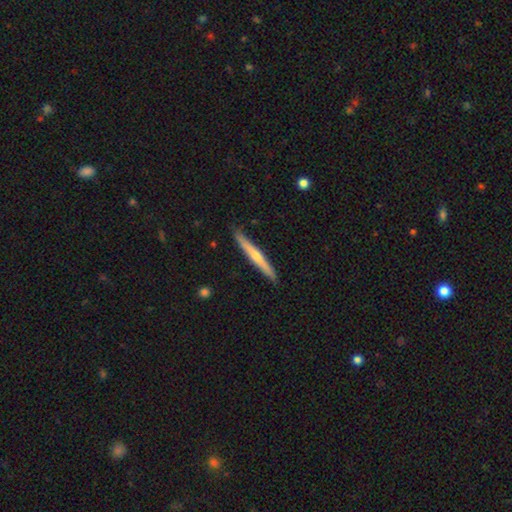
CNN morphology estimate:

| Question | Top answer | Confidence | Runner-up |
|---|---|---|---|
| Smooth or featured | featured or disk | 57% | smooth (38%) |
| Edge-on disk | yes | 97% | no (3%) |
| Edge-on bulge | rounded | 73% | none (23%) |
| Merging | none | 90% | minor disturbance (7%) |